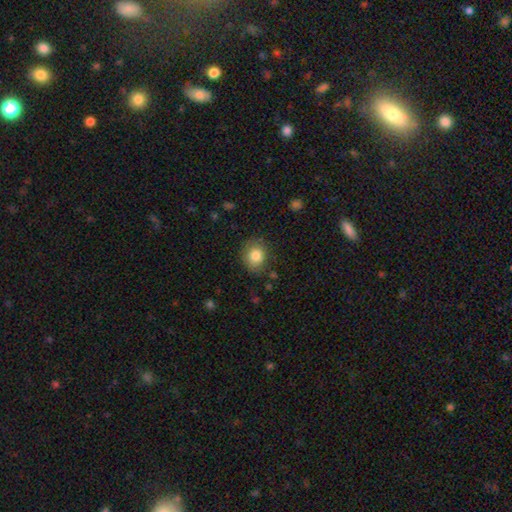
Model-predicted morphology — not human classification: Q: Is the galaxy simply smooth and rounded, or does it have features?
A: smooth — 83%.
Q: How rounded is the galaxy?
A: round — 67%.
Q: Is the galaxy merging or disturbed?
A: none — 78%.